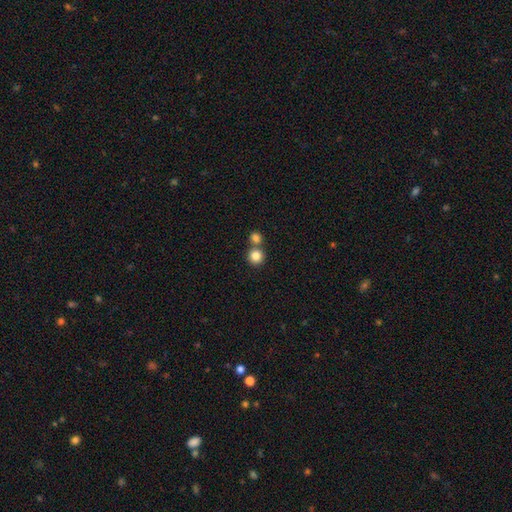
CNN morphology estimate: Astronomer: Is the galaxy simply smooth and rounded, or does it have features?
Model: smooth — 84%.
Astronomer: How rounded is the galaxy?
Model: round — 92%.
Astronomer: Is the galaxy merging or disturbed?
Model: none — 56% (runner-up: merger, 37%).